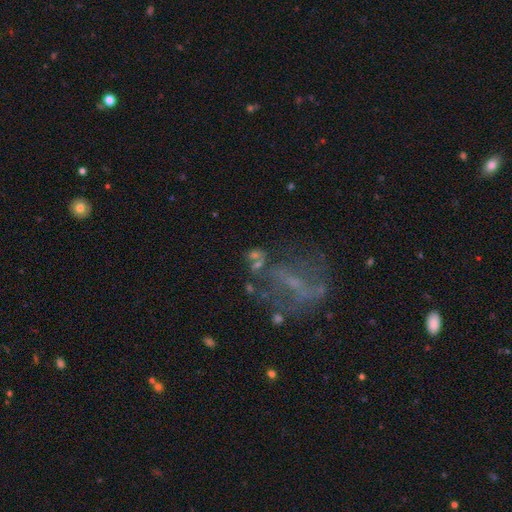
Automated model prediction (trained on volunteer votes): Overall: featured or disk (48%; smooth 29%). Merging: none (43%; major disturbance 26%).